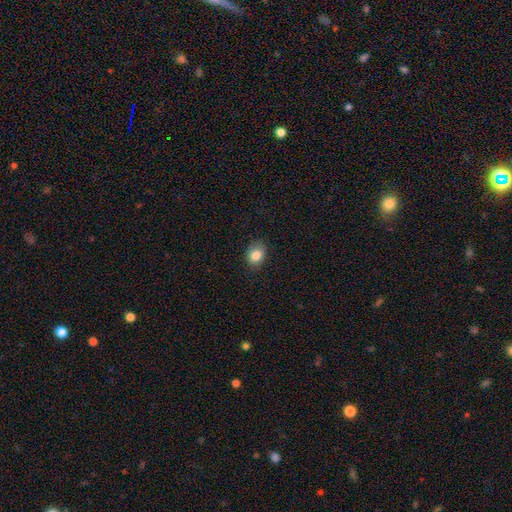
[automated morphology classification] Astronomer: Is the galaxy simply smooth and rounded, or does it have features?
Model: smooth — 84%.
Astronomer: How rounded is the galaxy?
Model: in between — 58% (runner-up: round, 41%).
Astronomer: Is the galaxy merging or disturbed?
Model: none — 83%.